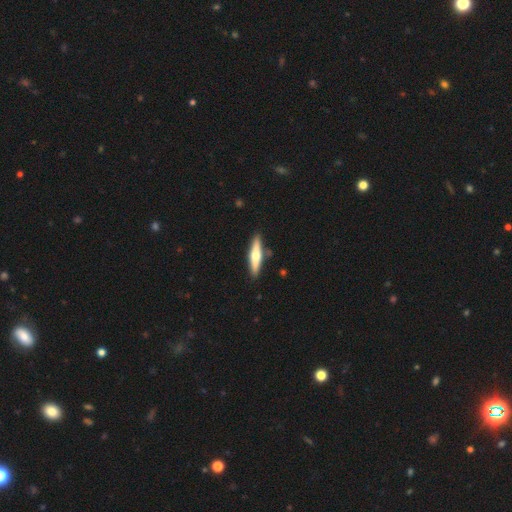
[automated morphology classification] Smooth or featured: featured or disk — 56% (smooth — 39%)
Edge-on disk: yes — 95% (no — 5%)
Edge-on bulge: rounded — 92% (boxy — 4%)
Merging: none — 87% (minor disturbance — 8%)